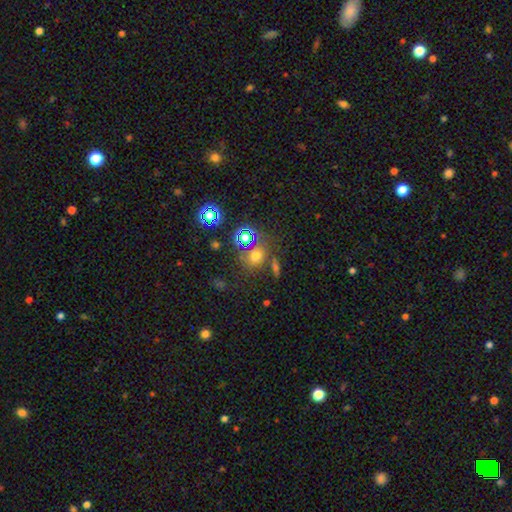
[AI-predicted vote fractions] Morphology: type=smooth (62%); roundness=round (67%); merging=none (67%).